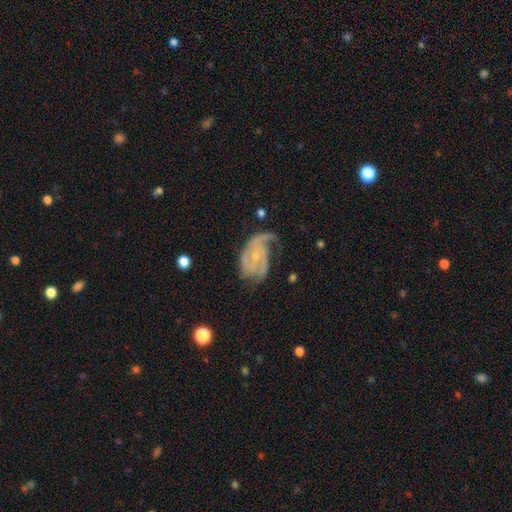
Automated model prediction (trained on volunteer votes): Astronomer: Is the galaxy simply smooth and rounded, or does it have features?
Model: featured or disk — 87%.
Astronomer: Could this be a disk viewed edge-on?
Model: no — 97%.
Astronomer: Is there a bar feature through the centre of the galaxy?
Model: no — 63%.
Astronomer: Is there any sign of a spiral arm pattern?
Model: yes — 96%.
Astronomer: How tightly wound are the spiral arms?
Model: tight — 45% (runner-up: medium, 41%).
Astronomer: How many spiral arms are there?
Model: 2 — 48%.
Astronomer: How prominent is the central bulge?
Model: small — 70%.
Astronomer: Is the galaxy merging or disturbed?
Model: none — 46% (runner-up: minor disturbance, 26%).